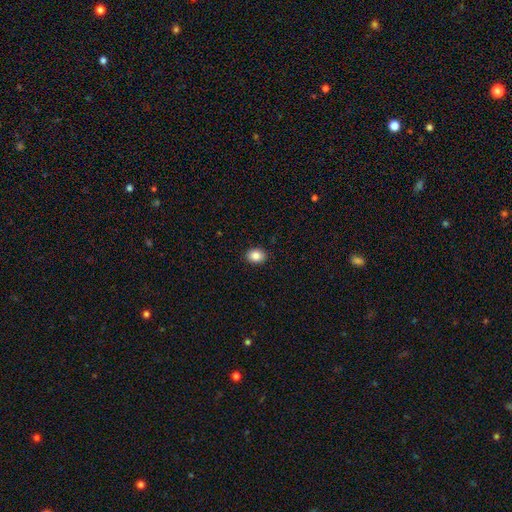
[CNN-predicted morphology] A smooth galaxy with no disk features (86%) that is in between round and cigar-shaped (60%).

Vote fractions:
- Smooth or featured? smooth: 86% / star or artifact: 9% / featured or disk: 5%
- How rounded? in between: 60% / round: 40% / cigar-shaped: 1%
- Merging? none: 91% / minor disturbance: 7% / major disturbance: 2% / merger: 1%